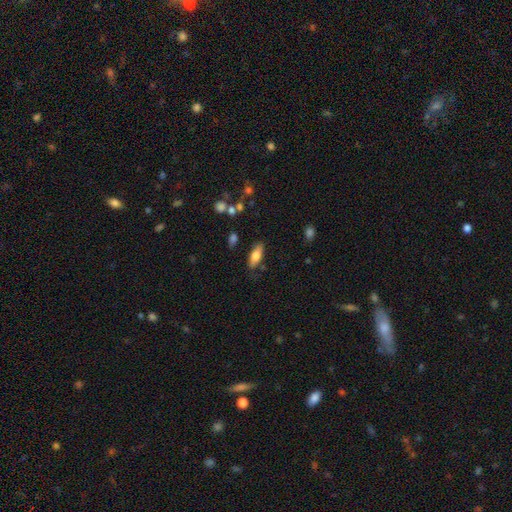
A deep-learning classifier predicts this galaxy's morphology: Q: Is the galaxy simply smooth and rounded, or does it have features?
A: smooth — 75%.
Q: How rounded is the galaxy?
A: in between — 76%.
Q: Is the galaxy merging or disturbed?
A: none — 79%.